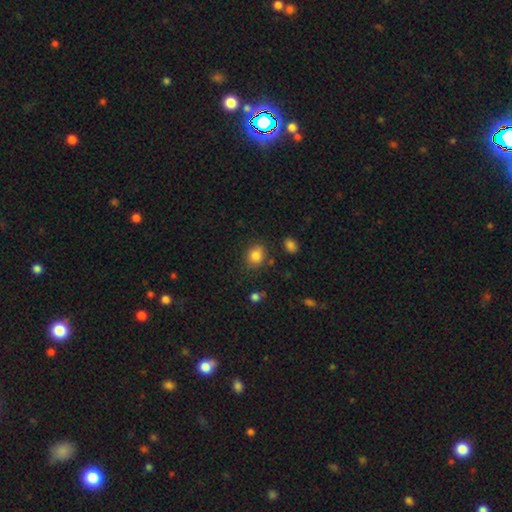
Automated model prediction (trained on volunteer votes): Smooth or featured? Predicted: smooth (p=0.83). How rounded? Predicted: round (p=0.58). Merging? Predicted: none (p=0.78).